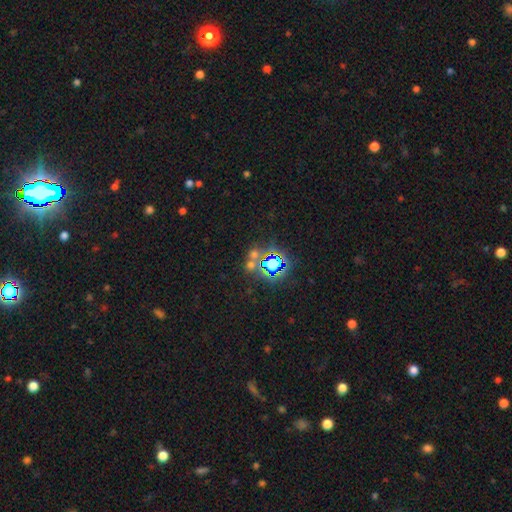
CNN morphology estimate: Q: Smooth or featured?
A: star or artifact (74%); runner-up: smooth (17%)